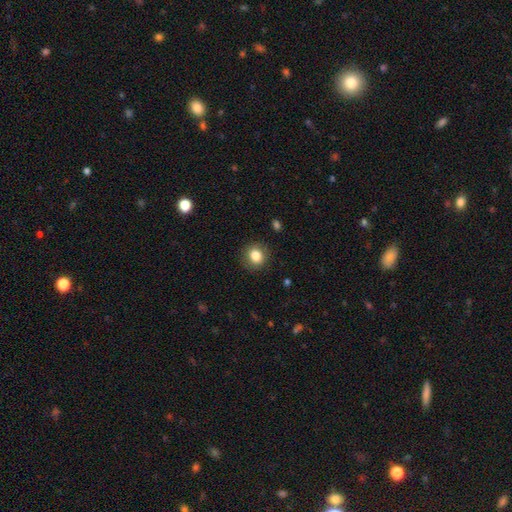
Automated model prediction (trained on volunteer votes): A smooth galaxy with no disk features (83%) that is round (74%).

Vote fractions:
- Smooth or featured? smooth: 83% / star or artifact: 10% / featured or disk: 7%
- How rounded? round: 74% / in between: 25% / cigar-shaped: 1%
- Merging? none: 87% / minor disturbance: 9% / major disturbance: 3% / merger: 1%